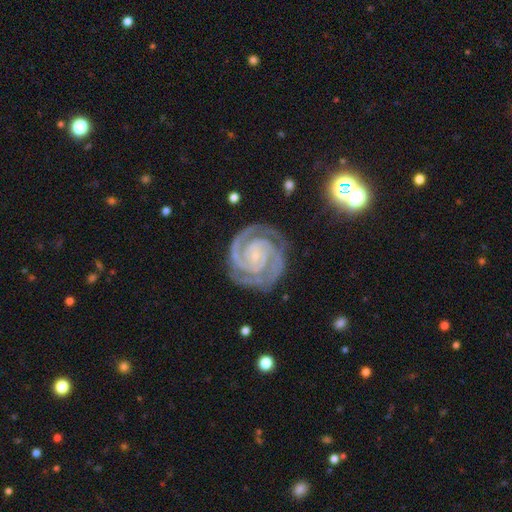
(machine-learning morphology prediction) type=featured or disk (93%); edge-on=no (98%); bar=no (58%); spiral arms=yes (99%); winding=tight (80%); arm count=2 (75%); bulge=small (82%); merging=none (80%).